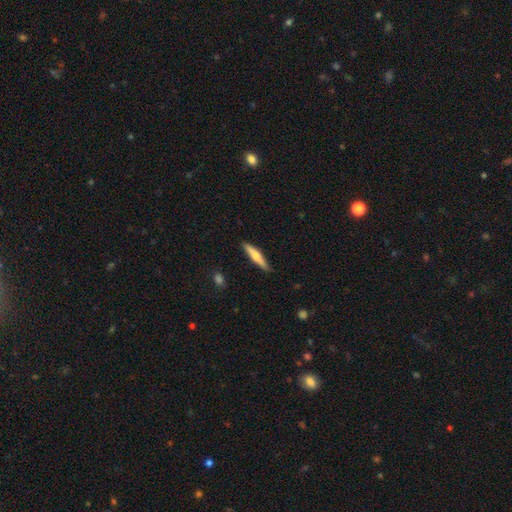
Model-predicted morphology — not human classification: A smooth galaxy with no disk features (48%). Merging: none (86%).